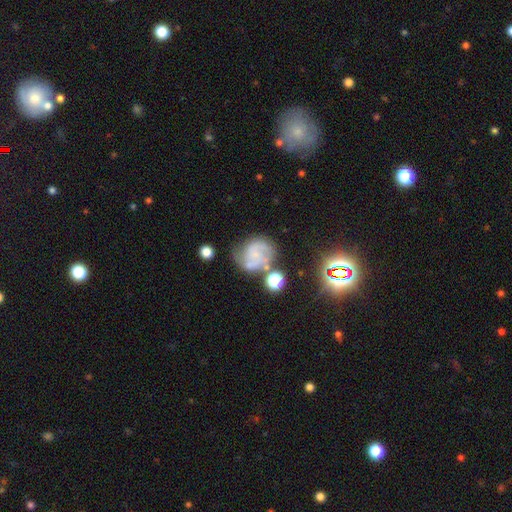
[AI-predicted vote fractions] Smooth or featured?
  - featured or disk: 63% *
  - smooth: 25%
  - star or artifact: 11%
Edge-on disk?
  - no: 98% *
  - yes: 2%
Bar?
  - no: 67% *
  - weak: 27%
  - strong: 6%
Spiral arms?
  - yes: 86% *
  - no: 14%
Spiral winding?
  - medium: 45% *
  - tight: 34%
  - loose: 20%
Spiral arm count?
  - 2: 54% *
  - can't tell: 20%
  - 3: 15%
  - 1: 5%
  - 4: 3%
  - more than 4: 3%
Bulge size?
  - none: 49% *
  - small: 36%
  - moderate: 11%
  - large: 3%
  - dominant: 2%
Merging?
  - none: 52% *
  - minor disturbance: 22%
  - major disturbance: 15%
  - merger: 11%